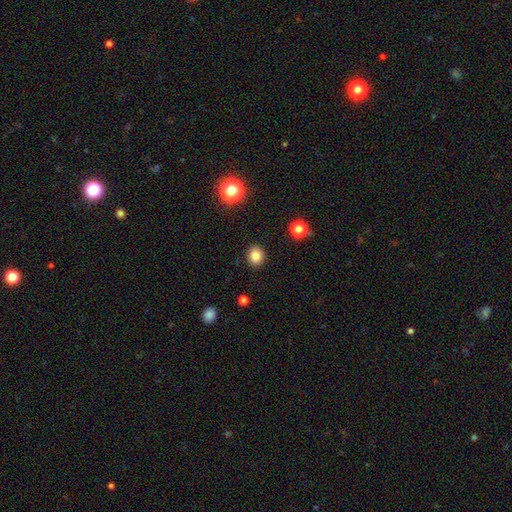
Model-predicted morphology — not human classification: smooth_or_featured: smooth (p=0.85) [alt: star or artifact p=0.11]
how_rounded: round (p=0.70) [alt: in between p=0.29]
merging: none (p=0.90) [alt: minor disturbance p=0.06]